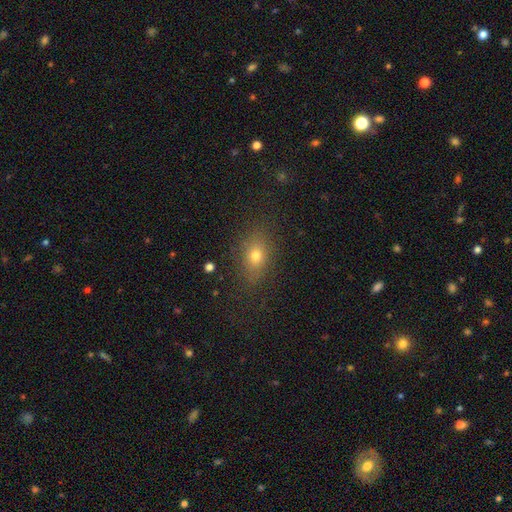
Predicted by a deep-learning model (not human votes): A smooth galaxy with no disk features (72%) that is in between round and cigar-shaped (71%).

Vote fractions:
- Smooth or featured? smooth: 72% / star or artifact: 15% / featured or disk: 13%
- How rounded? in between: 71% / round: 25% / cigar-shaped: 4%
- Merging? none: 80% / minor disturbance: 13% / major disturbance: 5% / merger: 1%